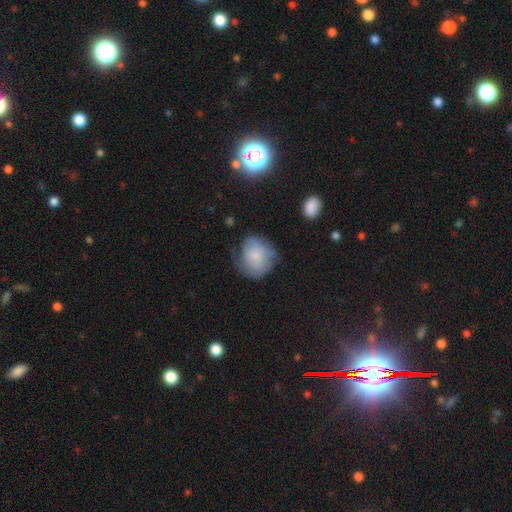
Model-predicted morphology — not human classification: Smooth or featured?
  - smooth: 63% *
  - featured or disk: 29%
  - star or artifact: 8%
How rounded?
  - round: 72% *
  - in between: 27%
  - cigar-shaped: 1%
Merging?
  - none: 53% *
  - minor disturbance: 31%
  - major disturbance: 13%
  - merger: 2%